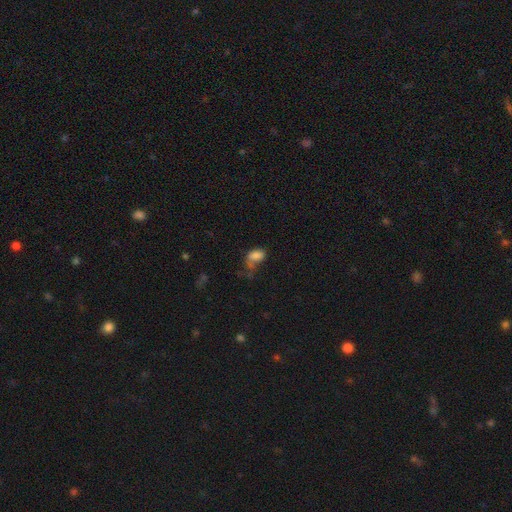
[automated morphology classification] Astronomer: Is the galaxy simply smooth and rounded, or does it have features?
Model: smooth — 78%.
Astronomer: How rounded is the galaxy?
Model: in between — 86%.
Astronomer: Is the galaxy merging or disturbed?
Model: major disturbance — 31% (runner-up: none, 29%).